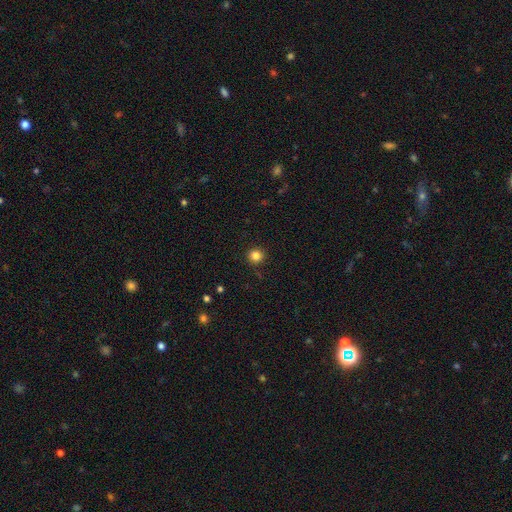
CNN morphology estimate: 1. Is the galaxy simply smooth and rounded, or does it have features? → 83% smooth, 12% star or artifact, 4% featured or disk.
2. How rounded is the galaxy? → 94% round, 5% in between, 1% cigar-shaped.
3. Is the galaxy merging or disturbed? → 92% none, 5% minor disturbance, 2% major disturbance, 1% merger.